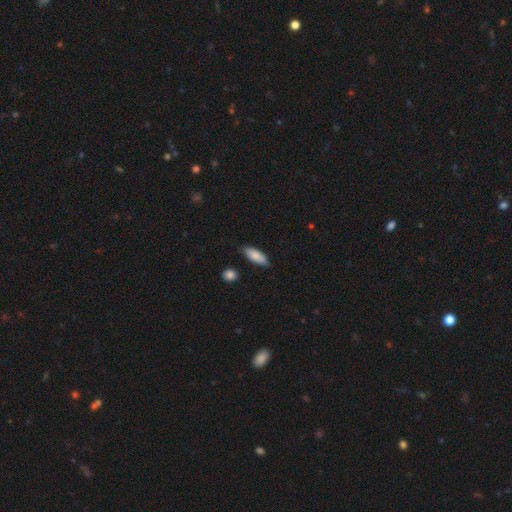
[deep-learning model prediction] Q: Smooth or featured?
A: smooth (85%); runner-up: featured or disk (9%)
Q: How rounded?
A: in between (68%); runner-up: cigar-shaped (30%)
Q: Merging?
A: none (83%); runner-up: minor disturbance (13%)